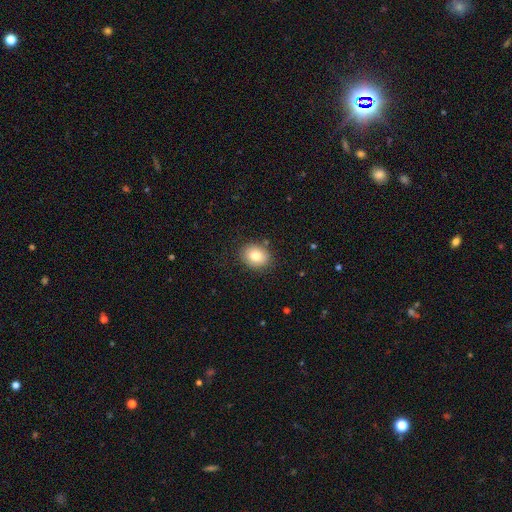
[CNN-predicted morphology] type=smooth (80%); roundness=round (53%); merging=none (85%).